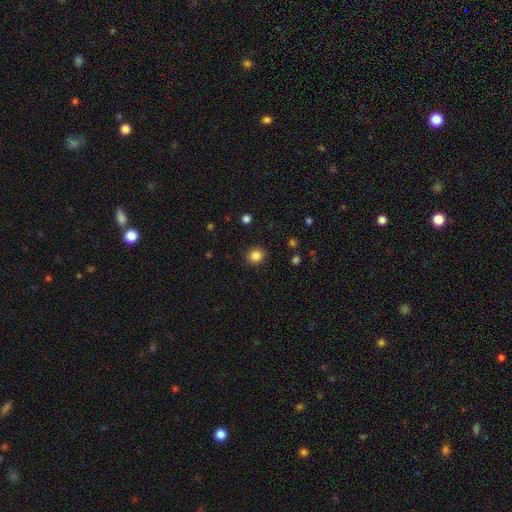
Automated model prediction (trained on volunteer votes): Smooth or featured?
  - smooth: 85% *
  - star or artifact: 11%
  - featured or disk: 4%
How rounded?
  - round: 80% *
  - in between: 19%
  - cigar-shaped: 1%
Merging?
  - none: 90% *
  - minor disturbance: 7%
  - major disturbance: 2%
  - merger: 1%